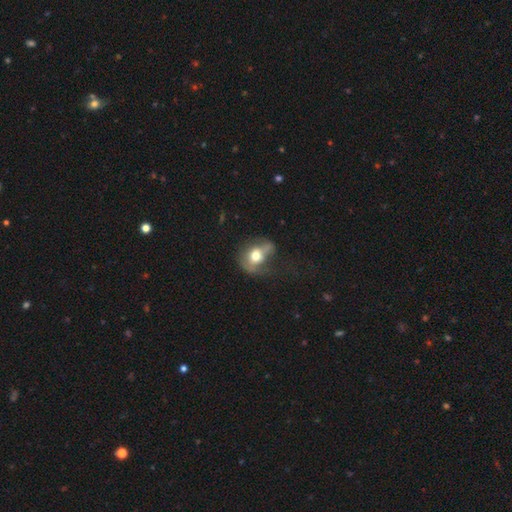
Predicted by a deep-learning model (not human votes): Smooth or featured?
  - smooth: 54% *
  - featured or disk: 37%
  - star or artifact: 9%
How rounded?
  - round: 51% *
  - in between: 47%
  - cigar-shaped: 2%
Merging?
  - major disturbance: 34% *
  - none: 32%
  - minor disturbance: 27%
  - merger: 7%